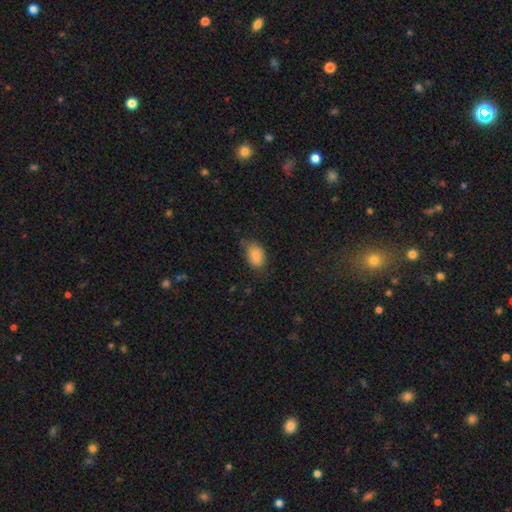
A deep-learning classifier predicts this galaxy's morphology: Q: Smooth or featured?
A: smooth (84%); runner-up: star or artifact (8%)
Q: How rounded?
A: in between (84%); runner-up: round (14%)
Q: Merging?
A: none (58%); runner-up: minor disturbance (32%)